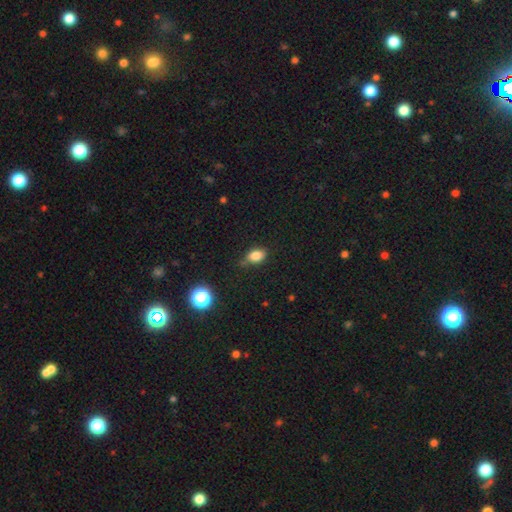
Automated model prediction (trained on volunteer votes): A smooth galaxy with no disk features (82%) that is in between round and cigar-shaped (77%). Merging: none (69%).